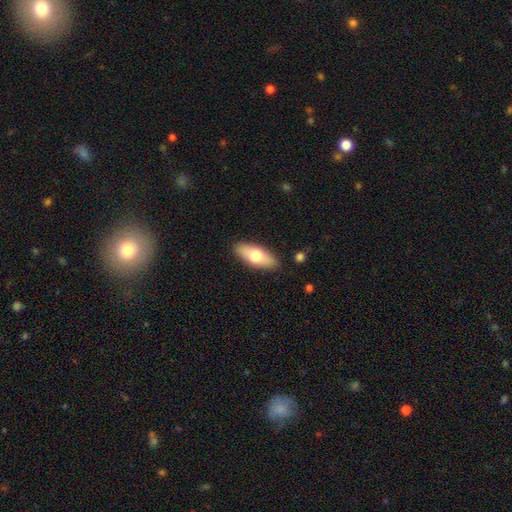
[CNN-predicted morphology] A smooth galaxy with no disk features (67%) that is in between round and cigar-shaped (77%).

Vote fractions:
- Smooth or featured? smooth: 67% / featured or disk: 28% / star or artifact: 6%
- How rounded? in between: 77% / cigar-shaped: 20% / round: 3%
- Merging? none: 87% / minor disturbance: 9% / major disturbance: 2% / merger: 1%